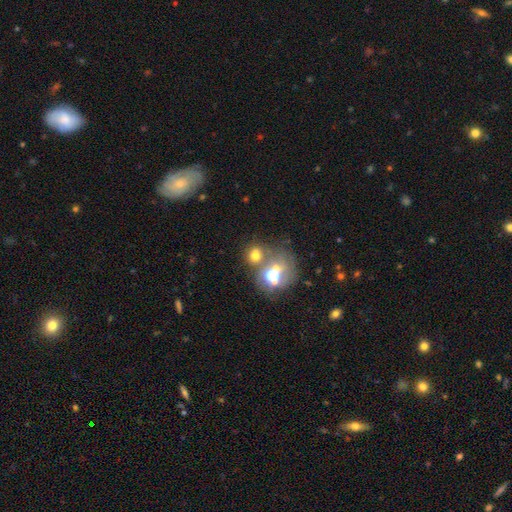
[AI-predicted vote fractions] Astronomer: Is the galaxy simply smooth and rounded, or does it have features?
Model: smooth — 58%.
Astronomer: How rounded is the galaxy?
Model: round — 65%.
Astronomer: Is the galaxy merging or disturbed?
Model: none — 44% (runner-up: merger, 38%).